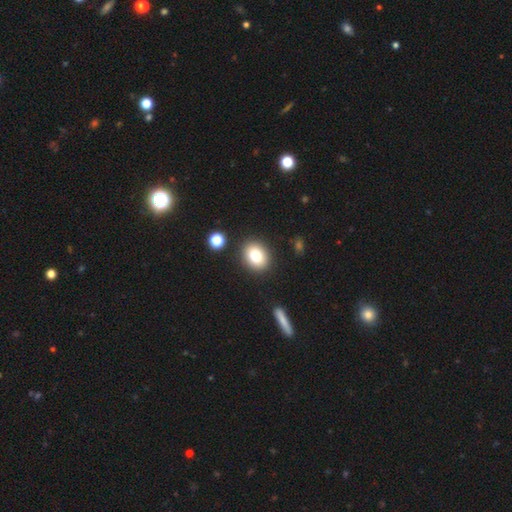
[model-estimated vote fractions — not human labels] The model was most divided on "how rounded": round: 50%, in between: 49%, cigar-shaped: 1%. More confident: merging — none (87%); smooth or featured — smooth (80%).